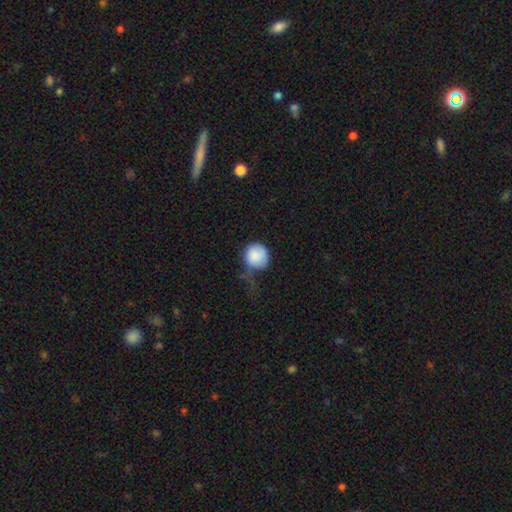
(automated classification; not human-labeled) The model was most divided on "merging": minor disturbance: 38%, none: 32%, major disturbance: 27%, merger: 3%. More confident: how rounded — round (89%); smooth or featured — smooth (86%).